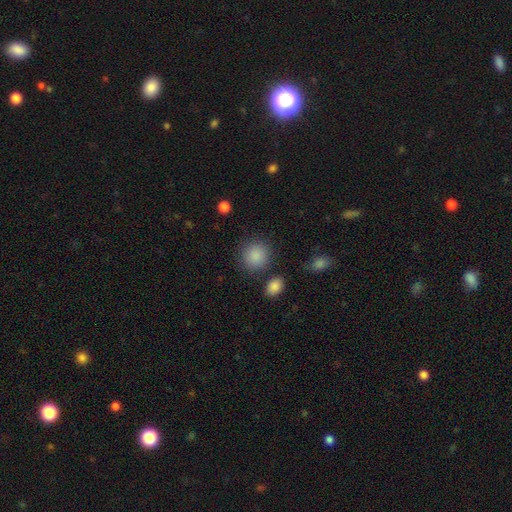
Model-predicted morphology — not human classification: smooth 88%, star or artifact 8%, featured or disk 4%. Down the decision tree: how rounded — round (87%); merging — none (84%).